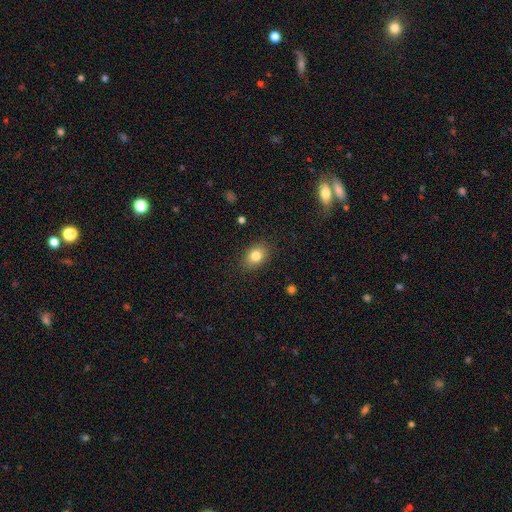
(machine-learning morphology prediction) smooth 81%, star or artifact 9%, featured or disk 9%. Down the decision tree: how rounded — in between (70%); merging — none (86%).